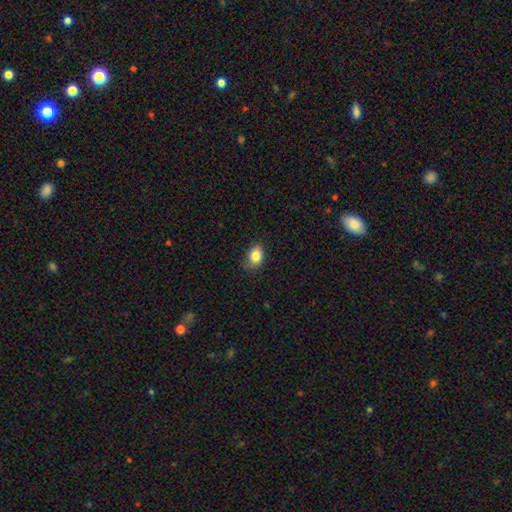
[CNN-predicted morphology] Smooth or featured? Predicted: smooth (p=0.83). How rounded? Predicted: in between (p=0.75). Merging? Predicted: none (p=0.73).